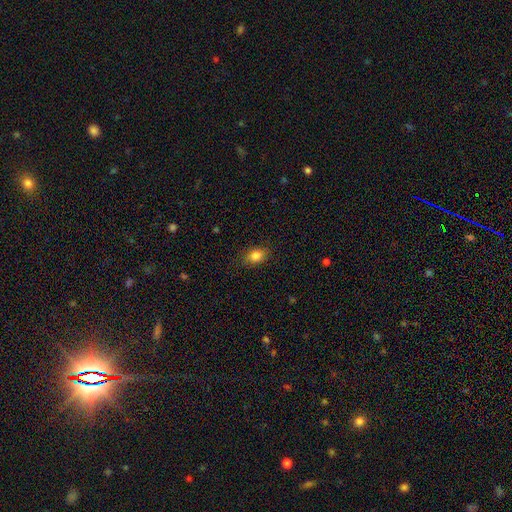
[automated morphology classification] A smooth galaxy with no disk features (84%) that is in between round and cigar-shaped (71%). Merging: none (84%).